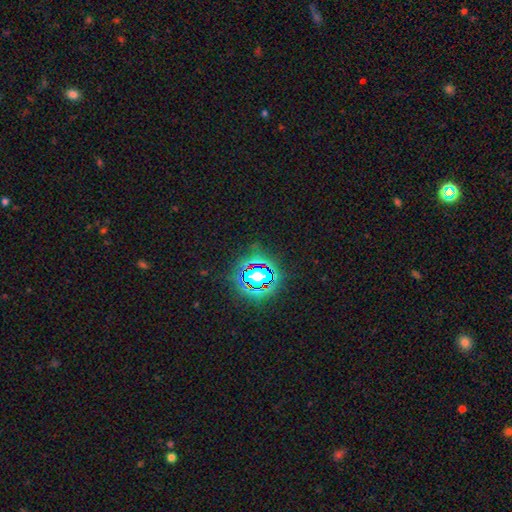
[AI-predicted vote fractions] This is clearly a star or artifact rather than a galaxy (82%).